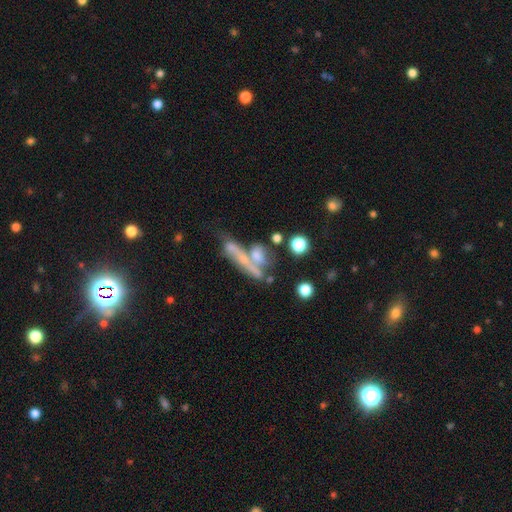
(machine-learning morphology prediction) type=featured or disk (44%); merging=merger (45%).